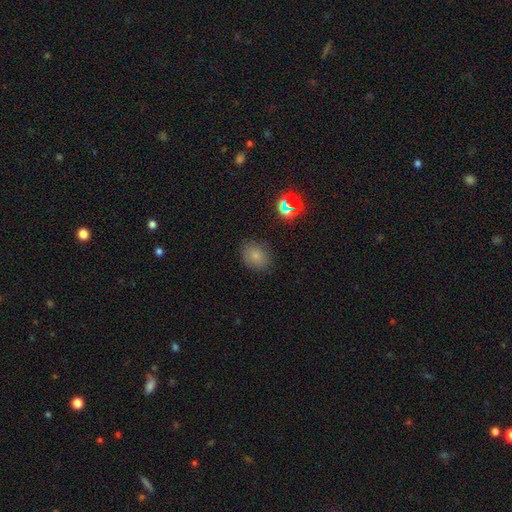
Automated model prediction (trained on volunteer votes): The model was most divided on "how rounded": in between: 51%, round: 48%, cigar-shaped: 1%. More confident: merging — none (82%); smooth or featured — smooth (77%).